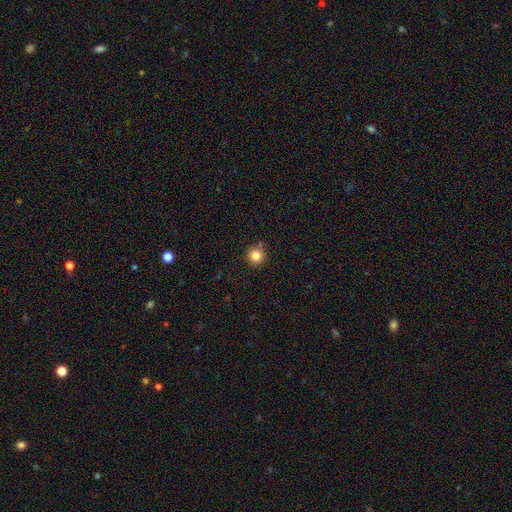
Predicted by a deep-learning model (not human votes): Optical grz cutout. It shows a smooth galaxy with no disk features (84%) that is round (94%). Merging: none (83%).